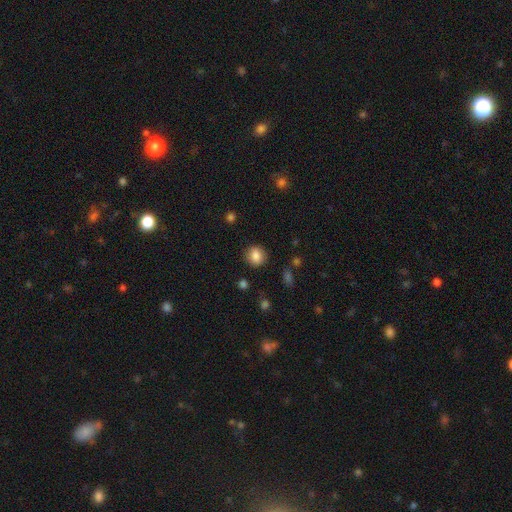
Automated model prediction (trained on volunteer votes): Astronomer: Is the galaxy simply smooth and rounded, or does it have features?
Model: smooth — 84%.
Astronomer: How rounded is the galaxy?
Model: round — 79%.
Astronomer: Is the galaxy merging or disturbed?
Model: none — 88%.